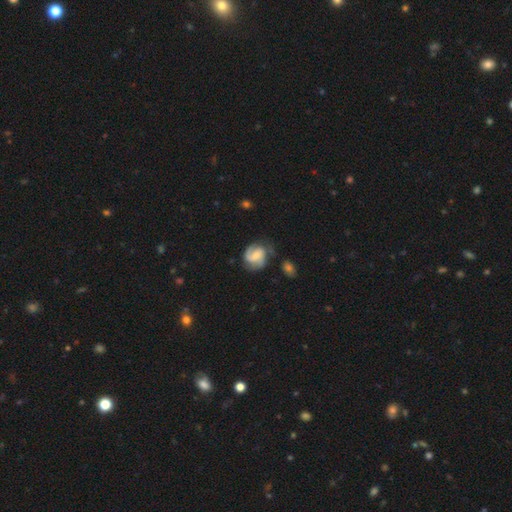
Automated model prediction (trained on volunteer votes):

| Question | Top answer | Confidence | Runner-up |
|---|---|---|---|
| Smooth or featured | featured or disk | 74% | smooth (20%) |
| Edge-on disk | no | 98% | yes (2%) |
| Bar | weak | 49% | no (37%) |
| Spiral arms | yes | 94% | no (6%) |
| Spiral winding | medium | 48% | tight (31%) |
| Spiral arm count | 2 | 76% | 1 (10%) |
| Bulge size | small | 42% | moderate (34%) |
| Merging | none | 64% | minor disturbance (22%) |